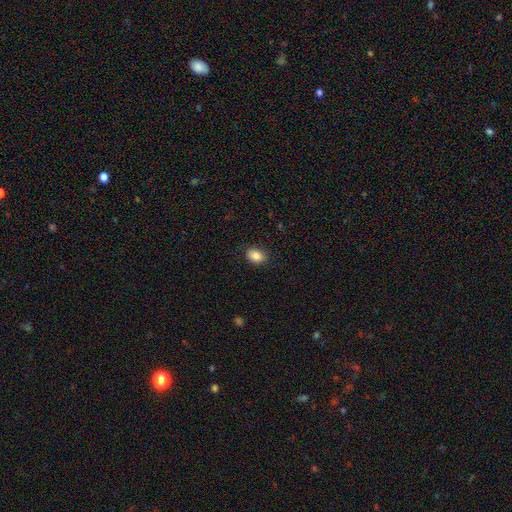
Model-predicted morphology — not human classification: A smooth galaxy with no disk features (86%) that is in between round and cigar-shaped (73%).

Vote fractions:
- Smooth or featured? smooth: 86% / star or artifact: 8% / featured or disk: 5%
- How rounded? in between: 73% / round: 26% / cigar-shaped: 1%
- Merging? none: 86% / minor disturbance: 10% / major disturbance: 3% / merger: 1%